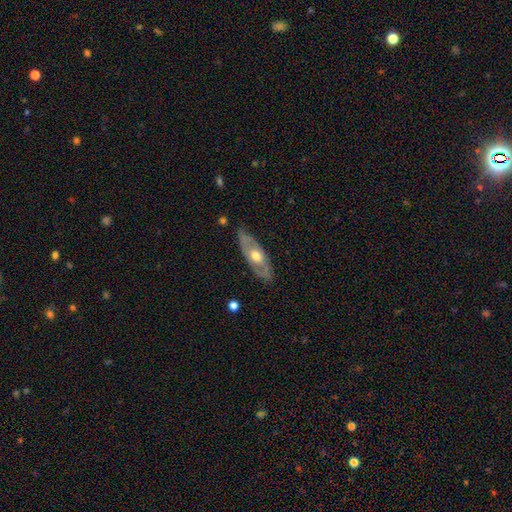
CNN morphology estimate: smooth_or_featured: featured or disk (p=0.64) [alt: smooth p=0.31]
disk_edge_on: no (p=0.74) [alt: yes p=0.26]
merging: none (p=0.77) [alt: minor disturbance p=0.18]